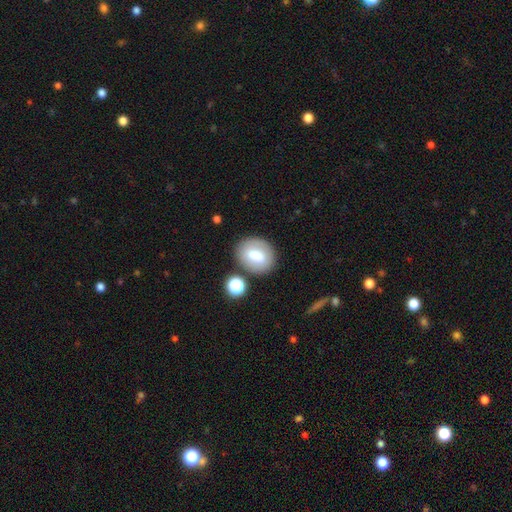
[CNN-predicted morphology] smooth-or-featured: smooth: 70% | featured or disk: 22% | star or artifact: 8%
  how-rounded: in between: 58% | round: 41% | cigar-shaped: 1%
  merging: none: 71% | minor disturbance: 14% | merger: 9% | major disturbance: 5%